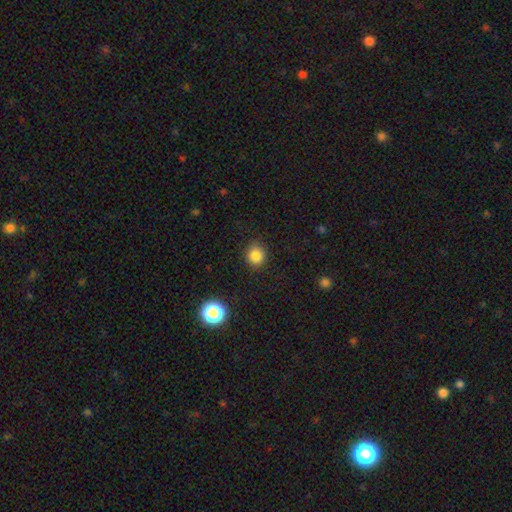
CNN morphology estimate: smooth-or-featured: smooth: 84% | star or artifact: 12% | featured or disk: 4%
  how-rounded: round: 86% | in between: 13% | cigar-shaped: 1%
  merging: none: 87% | minor disturbance: 9% | major disturbance: 3% | merger: 1%